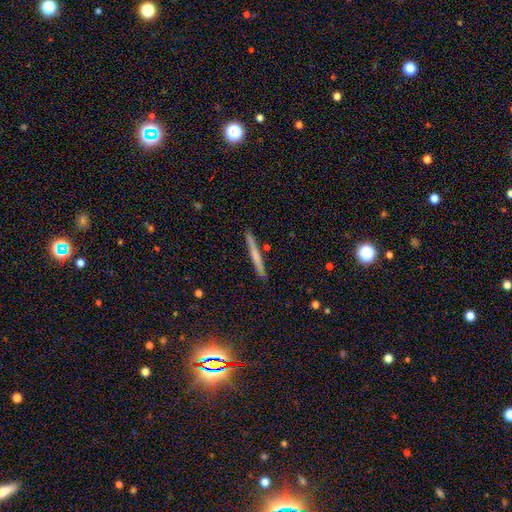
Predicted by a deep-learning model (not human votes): A smooth galaxy with no disk features (55%) that is cigar-shaped (96%). Merging: none (88%).